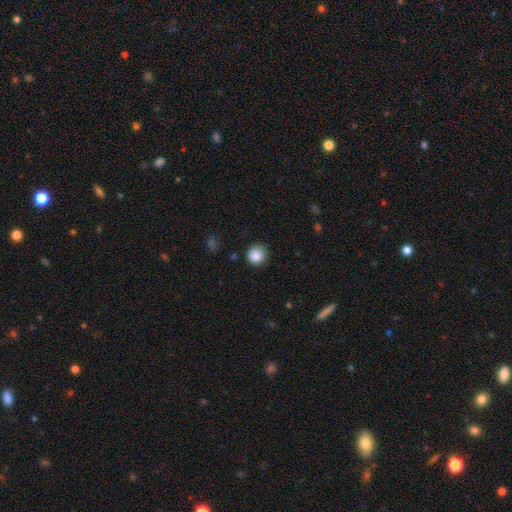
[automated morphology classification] smooth 87%, star or artifact 9%, featured or disk 4%. Down the decision tree: how rounded — round (90%); merging — none (83%).